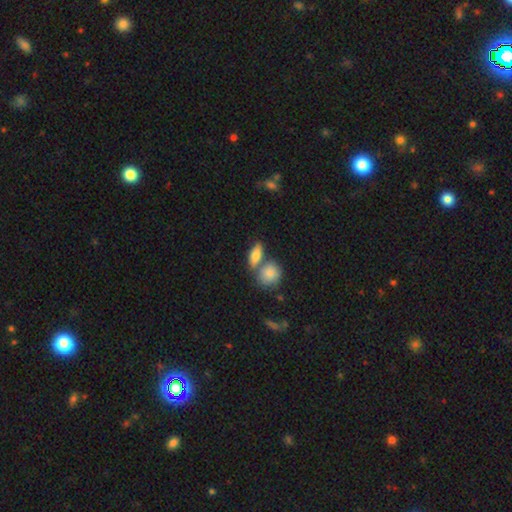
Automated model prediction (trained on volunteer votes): Overall: smooth (76%). How rounded: in between (73%). Merging: none (52%; merger 34%).